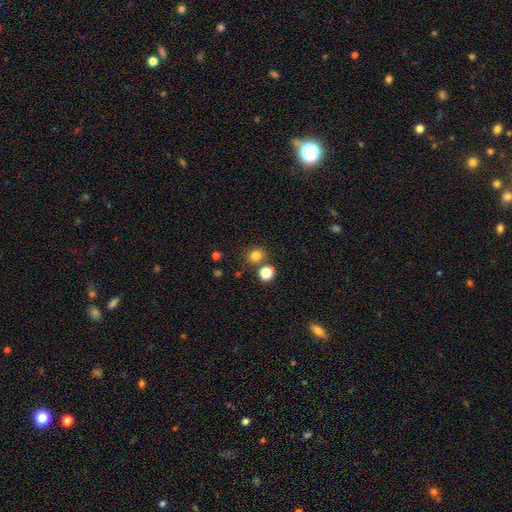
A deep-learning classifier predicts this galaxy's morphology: smooth_or_featured: smooth (p=0.79) [alt: star or artifact p=0.15]
how_rounded: round (p=0.83) [alt: in between p=0.16]
merging: none (p=0.74) [alt: merger p=0.15]